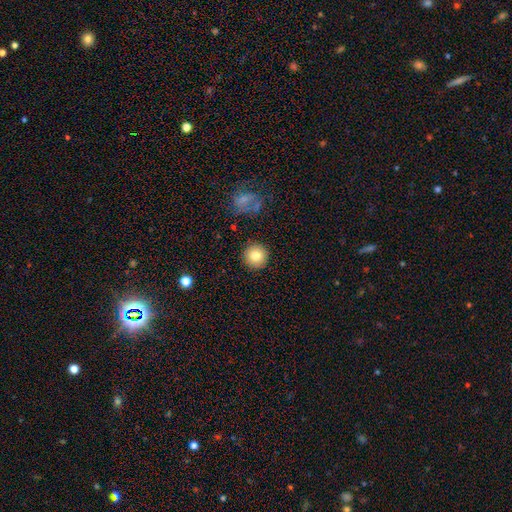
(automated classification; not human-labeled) Smooth or featured? smooth (82%)
How rounded? round (95%)
Merging? none (91%)